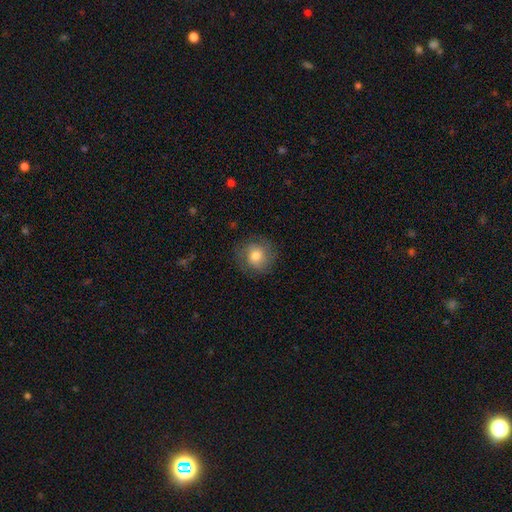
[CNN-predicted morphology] smooth 73%, featured or disk 18%, star or artifact 9%. Down the decision tree: how rounded — round (89%); merging — none (82%).